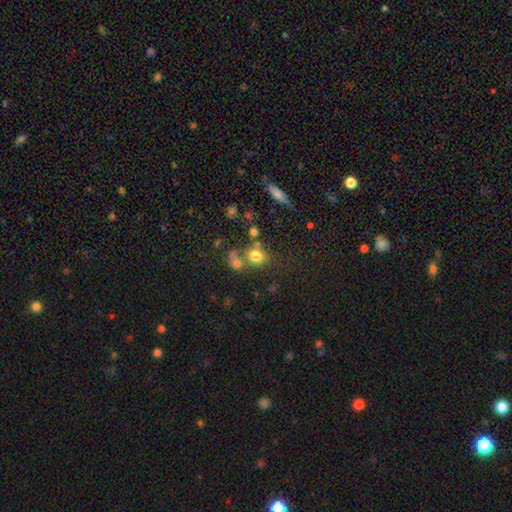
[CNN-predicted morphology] Smooth or featured: smooth — 73% (star or artifact — 15%)
How rounded: round — 69% (in between — 30%)
Merging: none — 50% (merger — 32%)